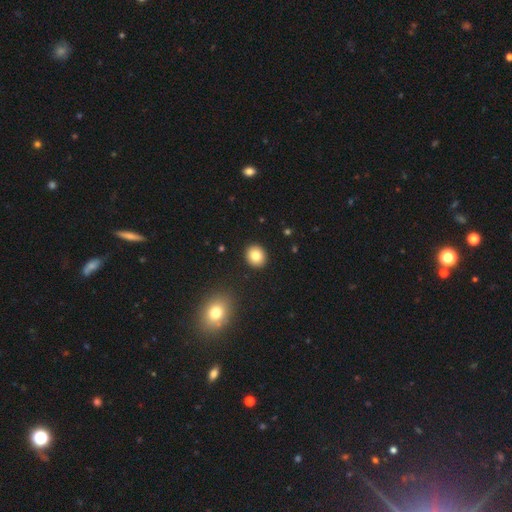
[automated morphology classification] This is clearly a smooth galaxy (82%). How rounded: likely round (75%). Merging: clearly none (92%).